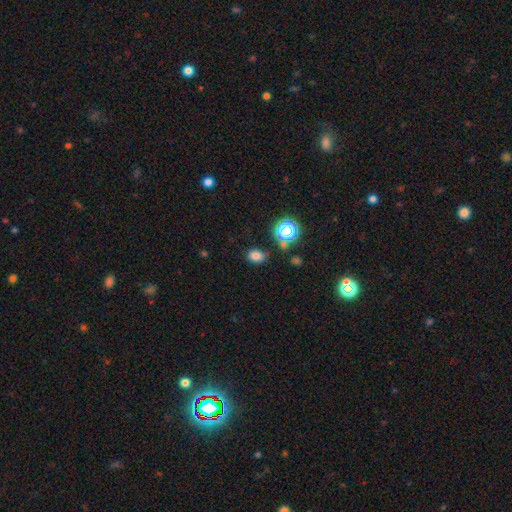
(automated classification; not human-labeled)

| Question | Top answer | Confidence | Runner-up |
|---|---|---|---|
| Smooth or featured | smooth | 74% | star or artifact (19%) |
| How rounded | in between | 69% | round (30%) |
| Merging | none | 77% | minor disturbance (14%) |